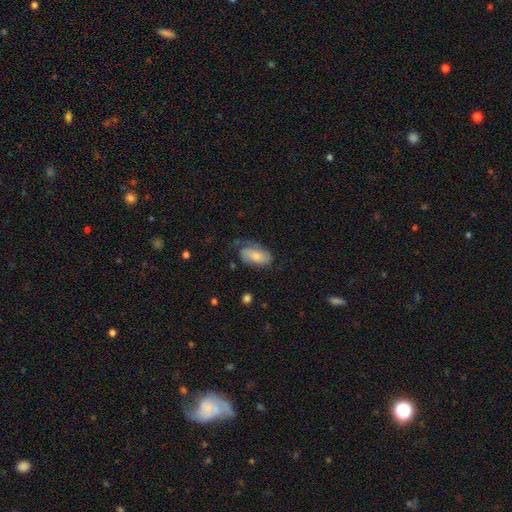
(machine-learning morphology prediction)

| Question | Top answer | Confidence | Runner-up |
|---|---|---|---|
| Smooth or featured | smooth | 61% | featured or disk (32%) |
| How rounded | in between | 92% | round (4%) |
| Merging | none | 49% | minor disturbance (29%) |